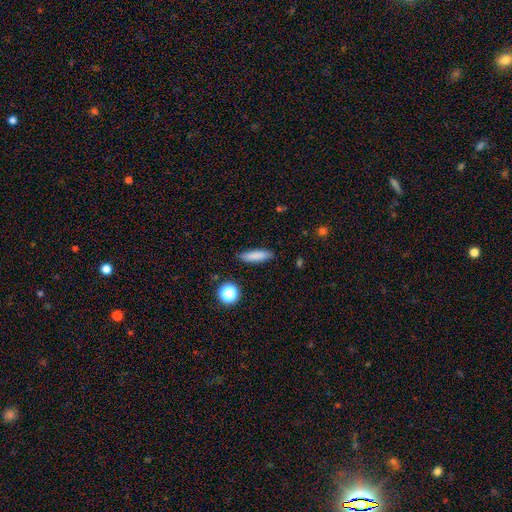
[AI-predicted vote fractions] Overall: smooth (83%). How rounded: cigar-shaped (64%; in between 34%). Merging: none (86%).